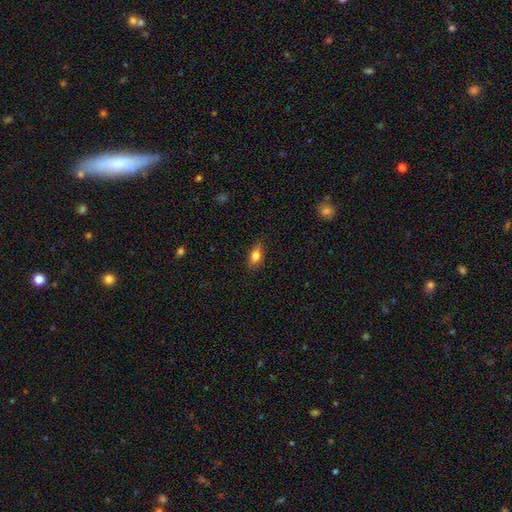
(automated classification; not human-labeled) A smooth galaxy with no disk features (76%) that is in between round and cigar-shaped (81%).

Vote fractions:
- Smooth or featured? smooth: 76% / featured or disk: 15% / star or artifact: 9%
- How rounded? in between: 81% / cigar-shaped: 10% / round: 9%
- Merging? none: 83% / minor disturbance: 14% / major disturbance: 3% / merger: 1%